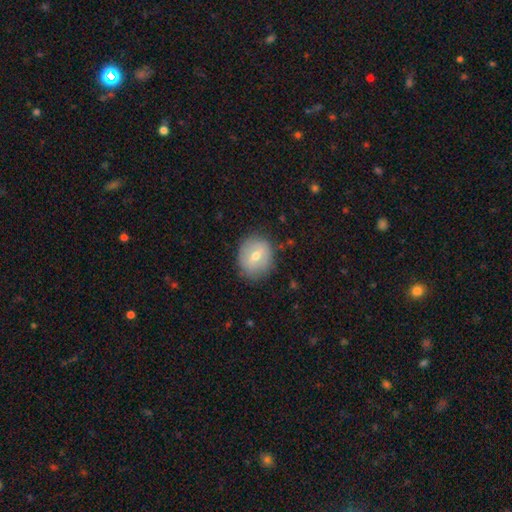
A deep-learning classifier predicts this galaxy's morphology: type=smooth (55%); roundness=round (74%); merging=none (82%).